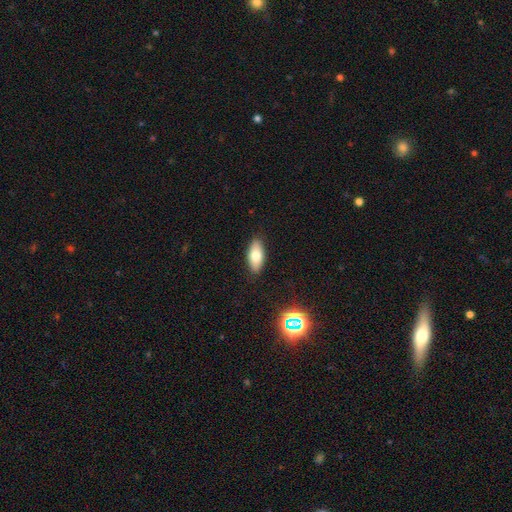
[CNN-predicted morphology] Smooth or featured? Predicted: smooth (p=0.76). How rounded? Predicted: in between (p=0.85). Merging? Predicted: none (p=0.88).